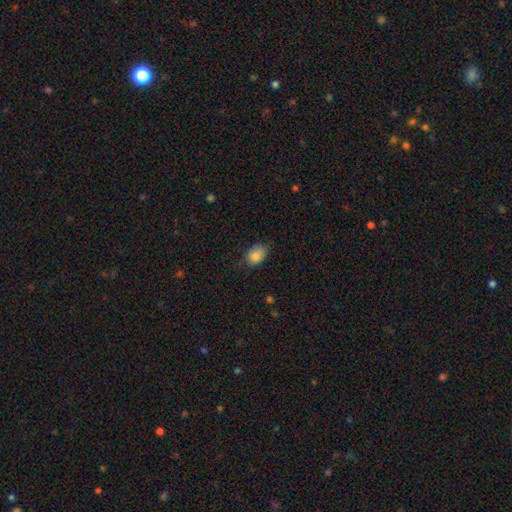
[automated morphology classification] Smooth or featured? smooth (86%)
How rounded? in between (79%)
Merging? none (68%)